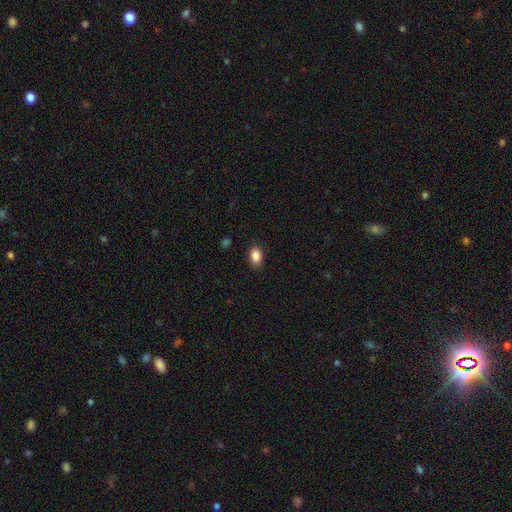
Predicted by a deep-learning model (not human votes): This is clearly a smooth galaxy (88%). How rounded: clearly in between (85%). Merging: clearly none (85%).